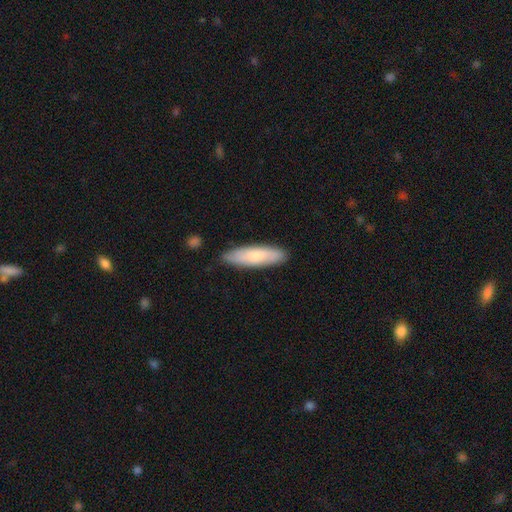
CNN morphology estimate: Q: Smooth or featured?
A: smooth (72%); runner-up: featured or disk (23%)
Q: How rounded?
A: cigar-shaped (57%); runner-up: in between (42%)
Q: Merging?
A: none (84%); runner-up: minor disturbance (13%)